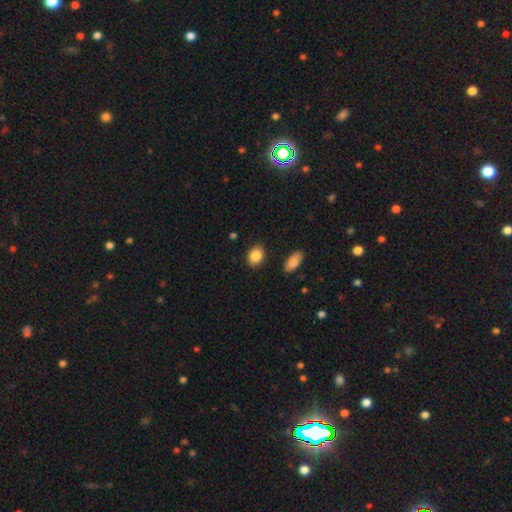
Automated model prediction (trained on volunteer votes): A smooth galaxy with no disk features (87%) that is in between round and cigar-shaped (71%). Merging: none (87%).